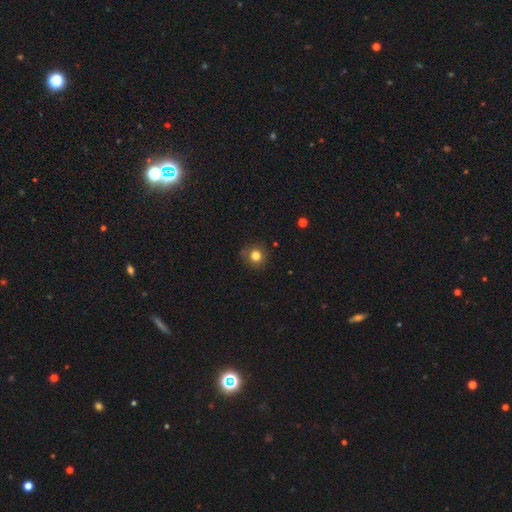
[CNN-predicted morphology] Smooth or featured? Predicted: smooth (p=0.81). How rounded? Predicted: round (p=0.88). Merging? Predicted: none (p=0.80).